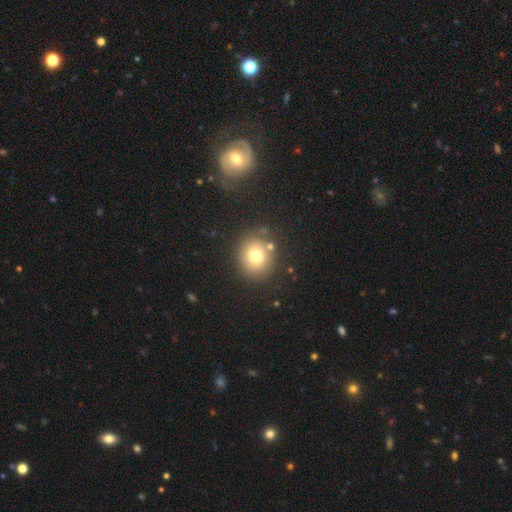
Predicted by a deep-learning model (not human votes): smooth_or_featured: smooth (p=0.74) [alt: star or artifact p=0.14]
how_rounded: round (p=0.83) [alt: in between p=0.16]
merging: none (p=0.79) [alt: minor disturbance p=0.10]